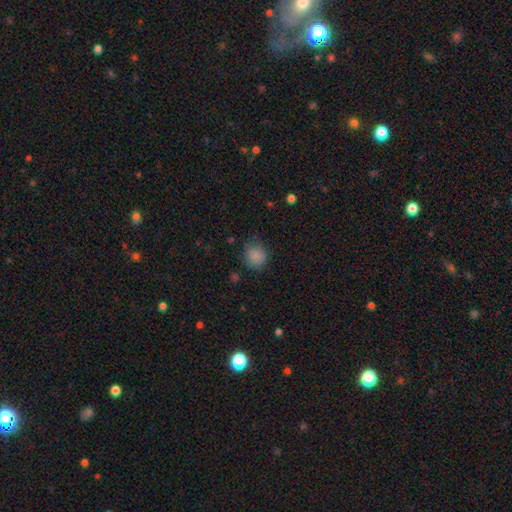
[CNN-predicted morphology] This appears to be a smooth galaxy with no disk features (85%) that is round (87%). Merging: none (77%).